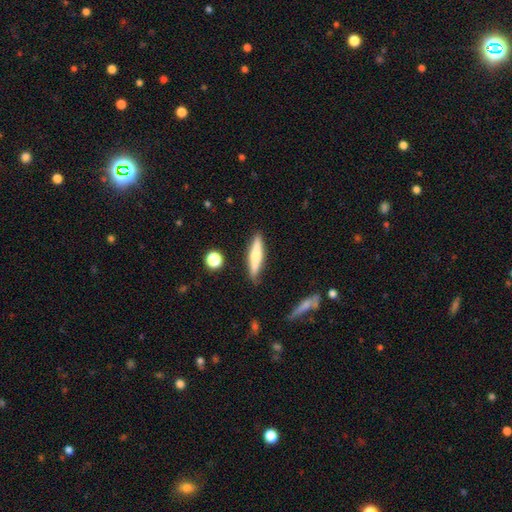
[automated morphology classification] Q: Smooth or featured?
A: smooth (50%); runner-up: featured or disk (43%)
Q: How rounded?
A: cigar-shaped (86%); runner-up: in between (12%)
Q: Merging?
A: none (87%); runner-up: minor disturbance (9%)